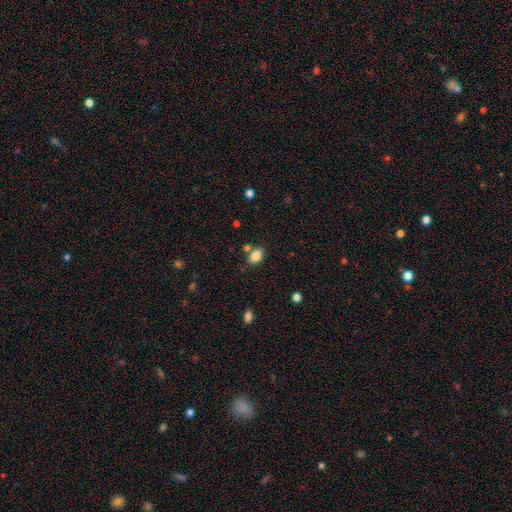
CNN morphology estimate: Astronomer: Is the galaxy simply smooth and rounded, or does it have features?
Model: smooth — 84%.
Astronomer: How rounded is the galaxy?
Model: in between — 84%.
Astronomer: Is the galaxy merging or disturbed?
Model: none — 72%.